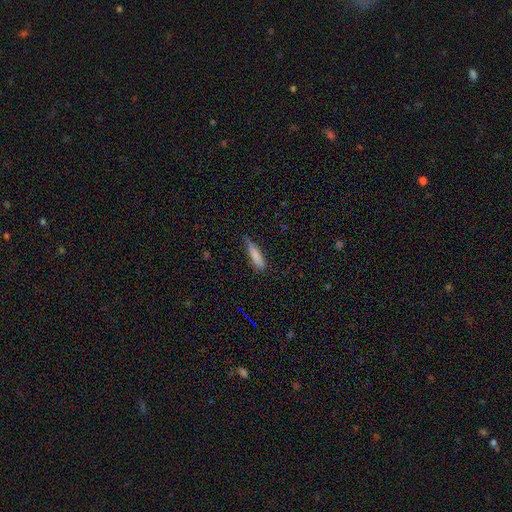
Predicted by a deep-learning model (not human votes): smooth_or_featured: smooth (p=0.80) [alt: featured or disk p=0.13]
how_rounded: cigar-shaped (p=0.78) [alt: in between p=0.21]
merging: none (p=0.70) [alt: minor disturbance p=0.25]